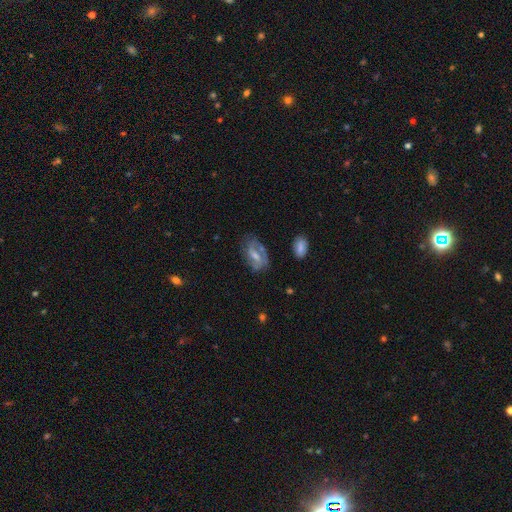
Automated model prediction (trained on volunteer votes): smooth_or_featured: featured or disk (p=0.58) [alt: smooth p=0.34]
disk_edge_on: no (p=0.94) [alt: yes p=0.06]
bar: weak (p=0.45) [alt: no p=0.35]
has_spiral_arms: yes (p=0.62) [alt: no p=0.38]
bulge_size: moderate (p=0.48) [alt: small p=0.32]
merging: none (p=0.53) [alt: minor disturbance p=0.26]